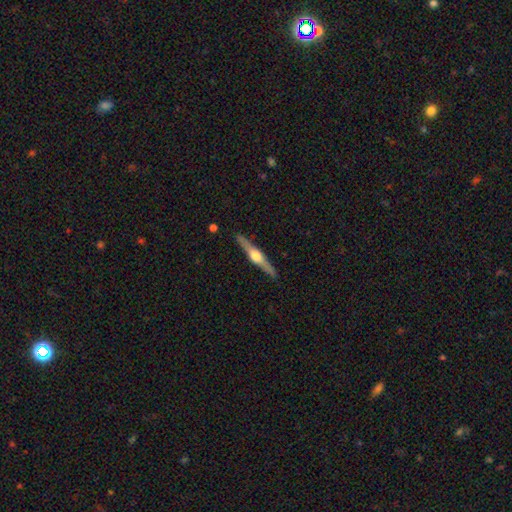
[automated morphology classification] smooth_or_featured: featured or disk (p=0.76) [alt: smooth p=0.19]
disk_edge_on: yes (p=0.98) [alt: no p=0.02]
edge_on_bulge: rounded (p=0.94) [alt: boxy p=0.03]
merging: none (p=0.90) [alt: minor disturbance p=0.07]